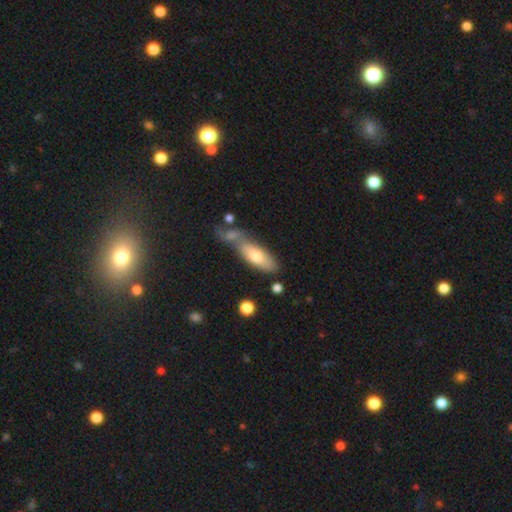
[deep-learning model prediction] smooth_or_featured: smooth (p=0.69) [alt: featured or disk p=0.25]
how_rounded: in between (p=0.65) [alt: cigar-shaped p=0.33]
merging: none (p=0.39) [alt: merger p=0.33]